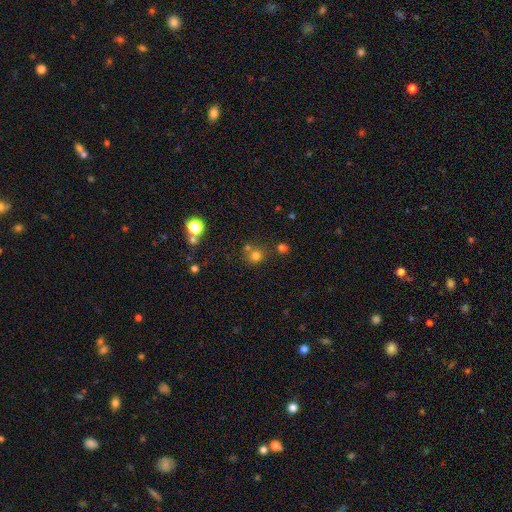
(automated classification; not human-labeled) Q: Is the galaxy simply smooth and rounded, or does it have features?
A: smooth — 72%.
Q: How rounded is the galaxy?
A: round — 84%.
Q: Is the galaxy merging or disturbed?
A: none — 60%.